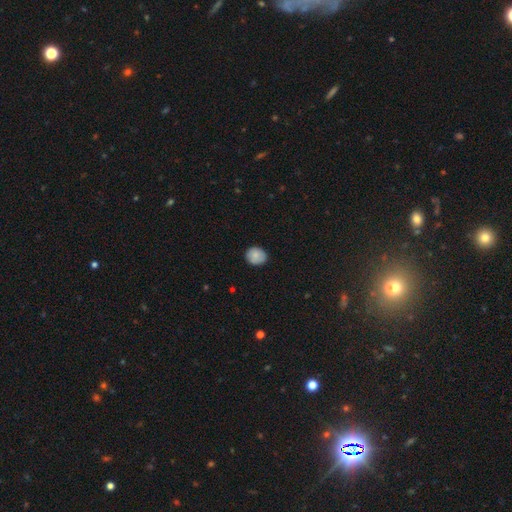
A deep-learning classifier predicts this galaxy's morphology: type=smooth (85%); roundness=round (72%); merging=none (84%).